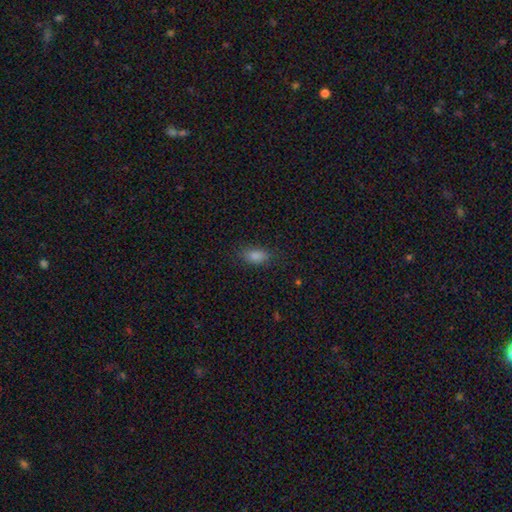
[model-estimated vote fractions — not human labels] Smooth or featured?
  - smooth: 82% *
  - star or artifact: 12%
  - featured or disk: 6%
How rounded?
  - in between: 85% *
  - cigar-shaped: 8%
  - round: 7%
Merging?
  - none: 83% *
  - minor disturbance: 12%
  - major disturbance: 3%
  - merger: 1%